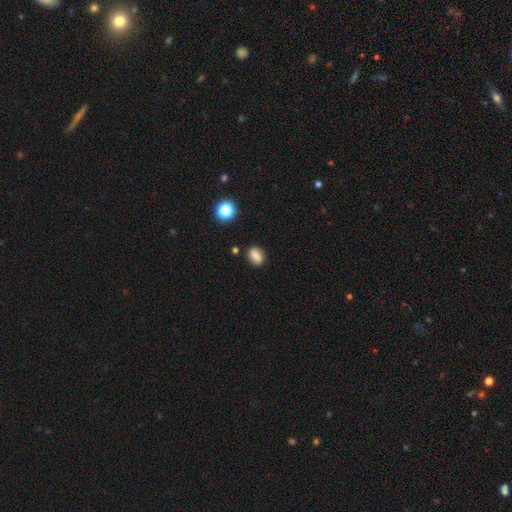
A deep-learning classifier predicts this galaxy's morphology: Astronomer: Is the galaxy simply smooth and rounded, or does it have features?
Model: smooth — 79%.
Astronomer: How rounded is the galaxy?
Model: in between — 68%.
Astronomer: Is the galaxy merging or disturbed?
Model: none — 80%.